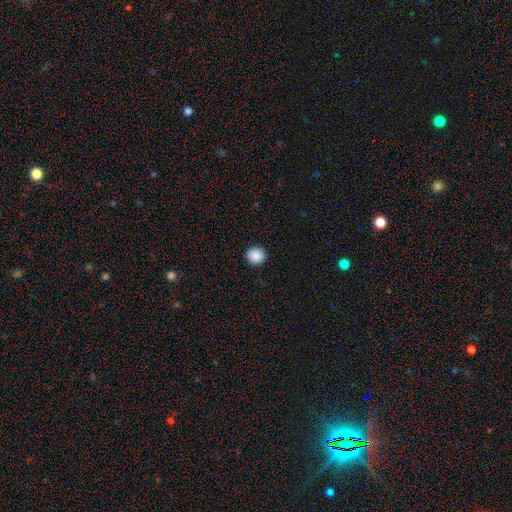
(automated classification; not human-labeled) The model was most divided on "smooth or featured": smooth: 89%, star or artifact: 9%, featured or disk: 3%. More confident: merging — none (92%); how rounded — round (91%).